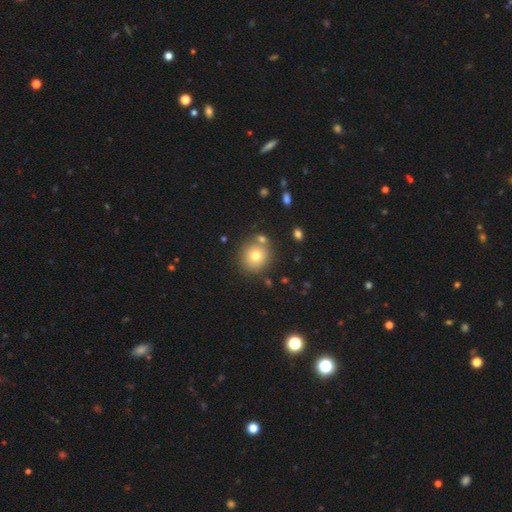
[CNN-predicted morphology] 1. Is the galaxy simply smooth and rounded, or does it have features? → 74% smooth, 14% featured or disk, 12% star or artifact.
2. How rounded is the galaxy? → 89% round, 10% in between, 1% cigar-shaped.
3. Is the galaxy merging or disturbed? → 73% none, 15% merger, 9% minor disturbance, 3% major disturbance.